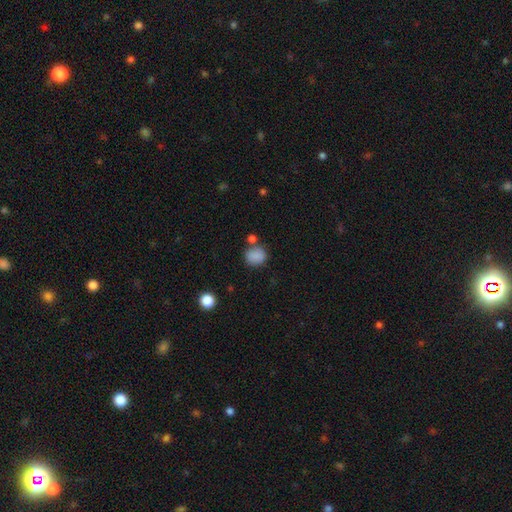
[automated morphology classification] Smooth or featured?
  - smooth: 84% *
  - star or artifact: 10%
  - featured or disk: 5%
How rounded?
  - round: 75% *
  - in between: 24%
  - cigar-shaped: 1%
Merging?
  - none: 67% *
  - minor disturbance: 15%
  - merger: 13%
  - major disturbance: 5%